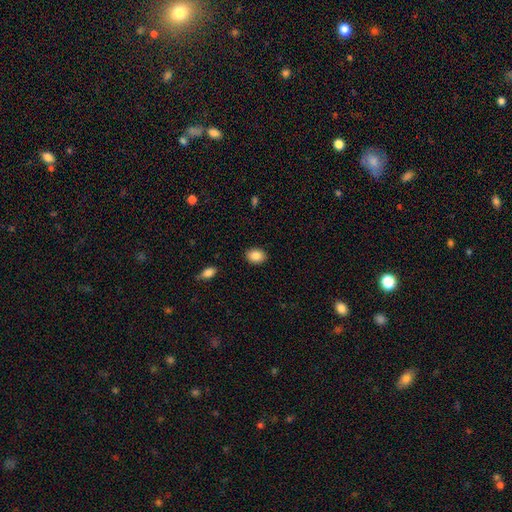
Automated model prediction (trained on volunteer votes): smooth 87%, star or artifact 8%, featured or disk 5%. Down the decision tree: how rounded — in between (67%); merging — none (89%).